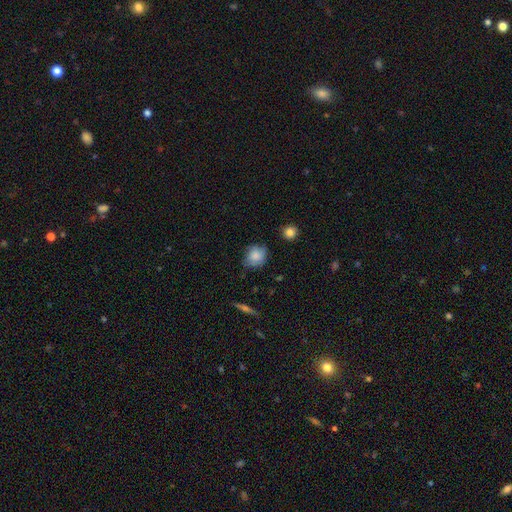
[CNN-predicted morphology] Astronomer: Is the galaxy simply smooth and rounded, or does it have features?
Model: smooth — 78%.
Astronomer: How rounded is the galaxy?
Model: round — 70%.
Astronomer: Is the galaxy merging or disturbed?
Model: none — 67%.